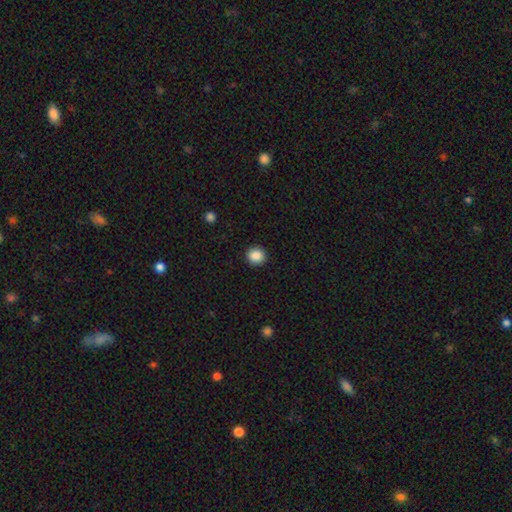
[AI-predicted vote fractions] Smooth or featured: smooth — 88% (star or artifact — 9%)
How rounded: round — 91% (in between — 8%)
Merging: none — 92% (minor disturbance — 5%)